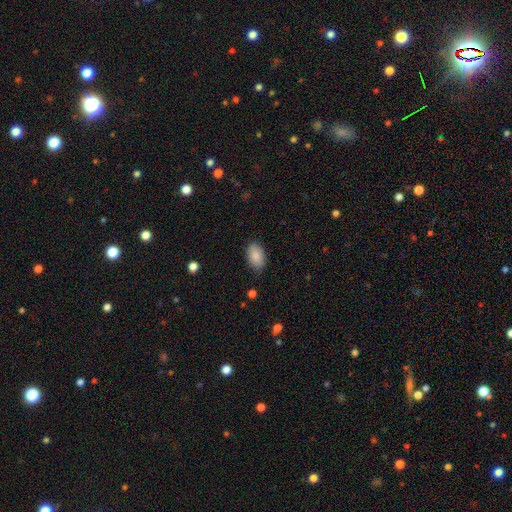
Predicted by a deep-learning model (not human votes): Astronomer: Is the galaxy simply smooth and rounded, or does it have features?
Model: smooth — 88%.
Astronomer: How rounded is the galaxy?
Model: in between — 92%.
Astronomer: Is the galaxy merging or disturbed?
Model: none — 81%.